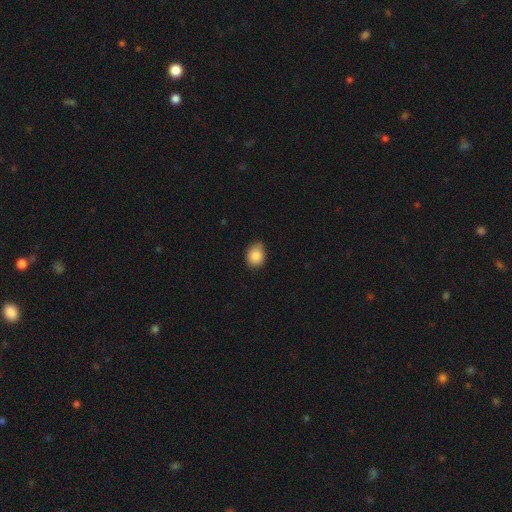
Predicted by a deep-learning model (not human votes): smooth-or-featured: smooth: 85% | star or artifact: 9% | featured or disk: 6%
  how-rounded: round: 54% | in between: 45% | cigar-shaped: 1%
  merging: none: 66% | minor disturbance: 29% | major disturbance: 4% | merger: 1%